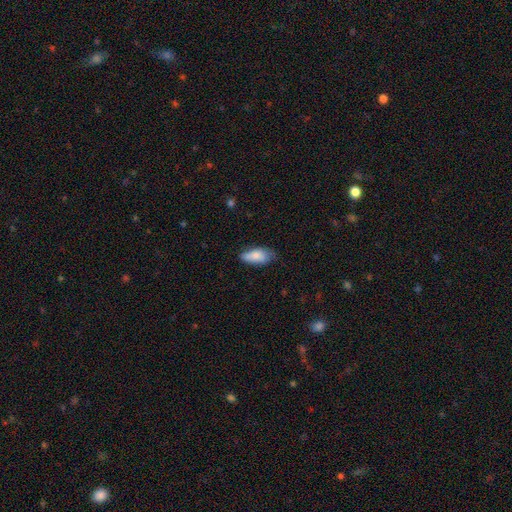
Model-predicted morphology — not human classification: Q: Smooth or featured?
A: smooth (81%); runner-up: featured or disk (13%)
Q: How rounded?
A: in between (87%); runner-up: cigar-shaped (10%)
Q: Merging?
A: none (62%); runner-up: minor disturbance (30%)